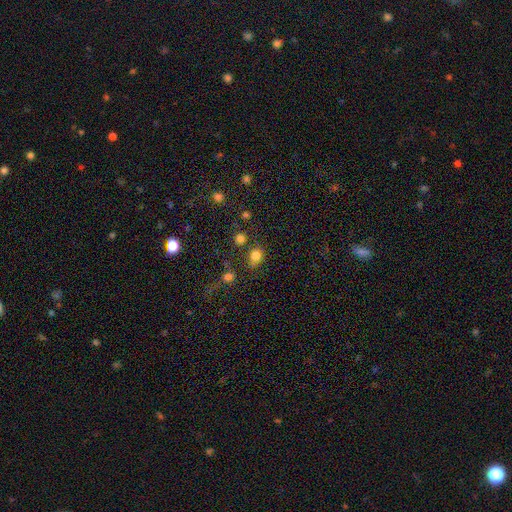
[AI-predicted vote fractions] This is likely a smooth galaxy (80%). How rounded: possibly round (56%). Merging: likely none (62%).